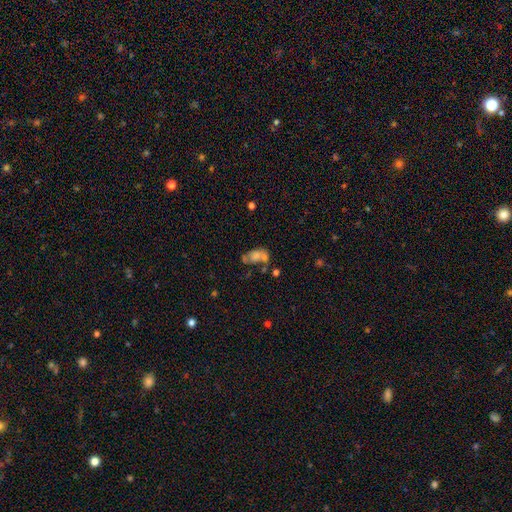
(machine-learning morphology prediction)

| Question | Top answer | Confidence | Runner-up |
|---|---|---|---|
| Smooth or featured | smooth | 53% | featured or disk (33%) |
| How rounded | in between | 83% | round (14%) |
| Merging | merger | 41% | none (28%) |